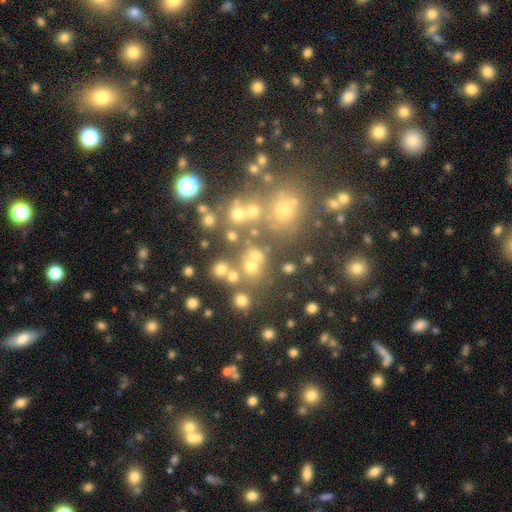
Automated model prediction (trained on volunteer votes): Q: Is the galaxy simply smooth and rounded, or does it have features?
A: smooth — 61%.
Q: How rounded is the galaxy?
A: round — 75%.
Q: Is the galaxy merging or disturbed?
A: none — 61%.